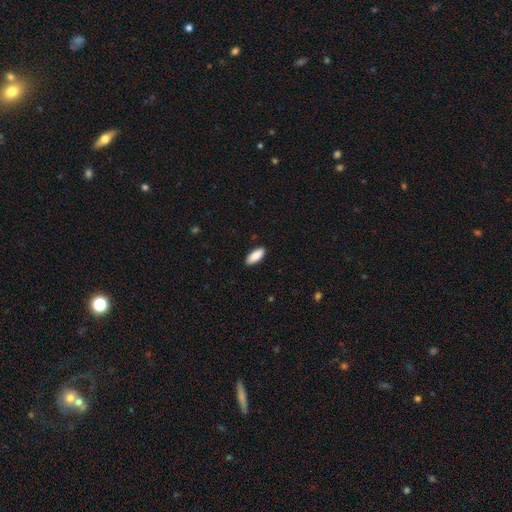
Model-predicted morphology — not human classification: This appears to be a smooth galaxy with no disk features (90%) that is in between round and cigar-shaped (81%). Merging: none (89%).